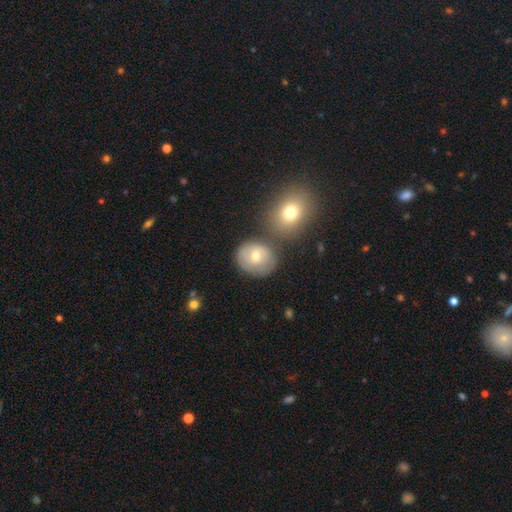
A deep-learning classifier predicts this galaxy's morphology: Q: Smooth or featured?
A: smooth (62%); runner-up: featured or disk (28%)
Q: How rounded?
A: round (66%); runner-up: in between (33%)
Q: Merging?
A: none (62%); runner-up: minor disturbance (17%)